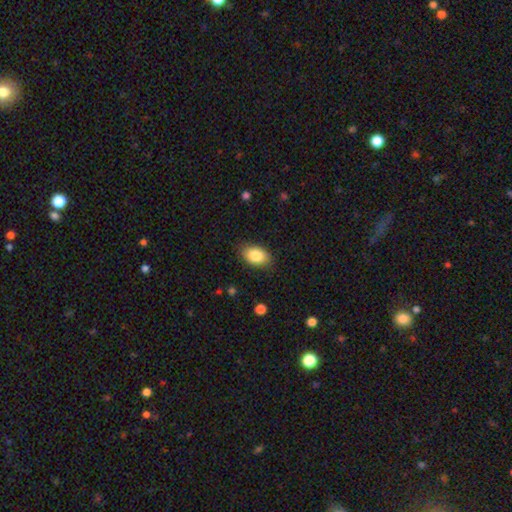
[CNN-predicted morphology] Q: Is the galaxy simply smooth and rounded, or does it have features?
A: smooth — 85%.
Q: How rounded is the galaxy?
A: in between — 88%.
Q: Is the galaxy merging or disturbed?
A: none — 84%.